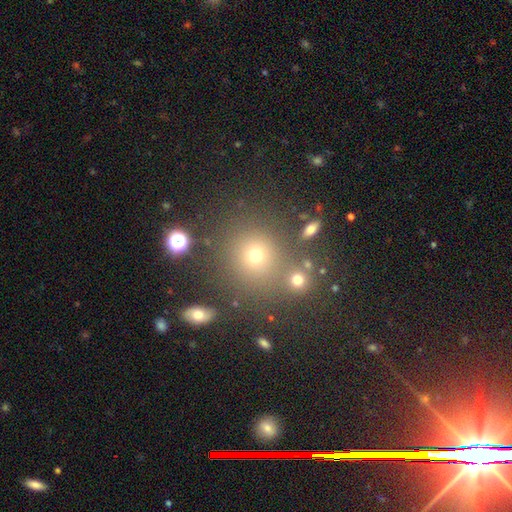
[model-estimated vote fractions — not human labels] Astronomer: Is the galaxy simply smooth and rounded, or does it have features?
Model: smooth — 60%.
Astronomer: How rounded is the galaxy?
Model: round — 88%.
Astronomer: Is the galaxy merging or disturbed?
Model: none — 78%.